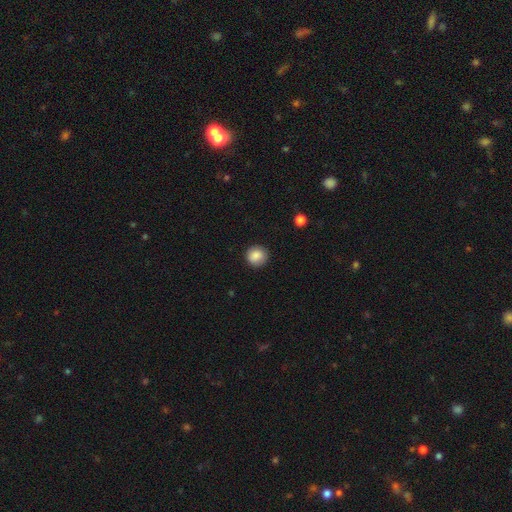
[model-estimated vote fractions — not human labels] Smooth or featured? Predicted: smooth (p=0.87). How rounded? Predicted: round (p=0.93). Merging? Predicted: none (p=0.89).